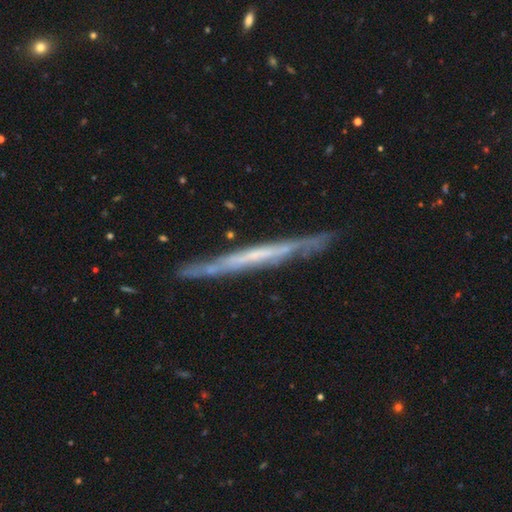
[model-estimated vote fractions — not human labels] smooth_or_featured: featured or disk (p=0.69) [alt: smooth p=0.24]
disk_edge_on: yes (p=0.92) [alt: no p=0.08]
edge_on_bulge: none (p=0.85) [alt: rounded p=0.08]
merging: none (p=0.83) [alt: minor disturbance p=0.14]